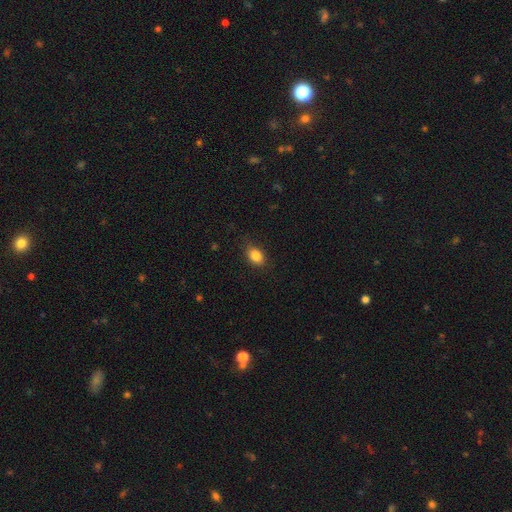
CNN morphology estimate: Q: Smooth or featured?
A: smooth (86%); runner-up: star or artifact (9%)
Q: How rounded?
A: in between (77%); runner-up: round (22%)
Q: Merging?
A: none (81%); runner-up: minor disturbance (14%)